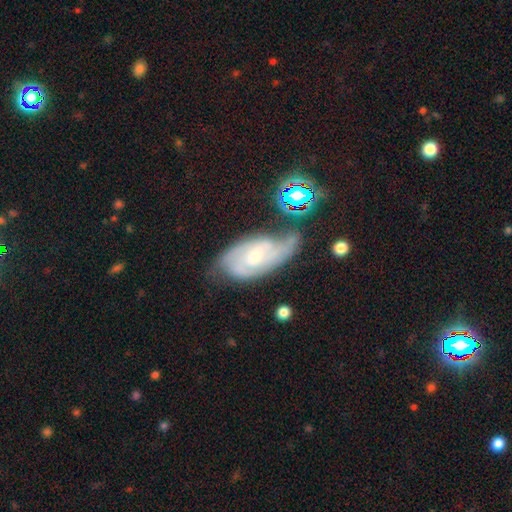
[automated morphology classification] smooth_or_featured: featured or disk (p=0.73) [alt: smooth p=0.18]
disk_edge_on: no (p=0.94) [alt: yes p=0.06]
bar: weak (p=0.52) [alt: no p=0.35]
has_spiral_arms: yes (p=0.90) [alt: no p=0.10]
spiral_winding: medium (p=0.42) [tied with: tight p=0.42]
spiral_arm_count: 2 (p=0.53) [alt: can't tell p=0.26]
bulge_size: moderate (p=0.47) [alt: small p=0.43]
merging: none (p=0.44) [alt: minor disturbance p=0.30]